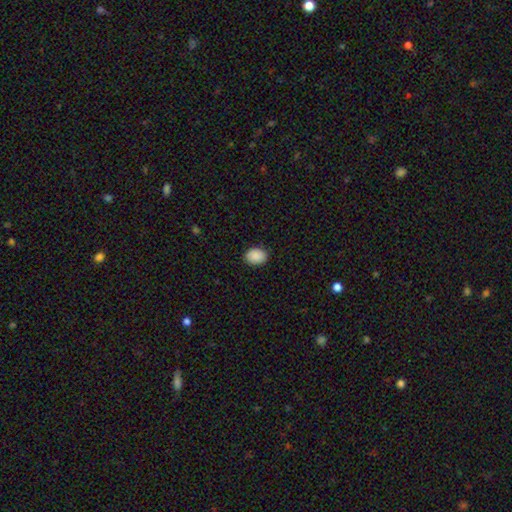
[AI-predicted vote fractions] A smooth galaxy with no disk features (90%) that is in between round and cigar-shaped (64%). Merging: none (89%).